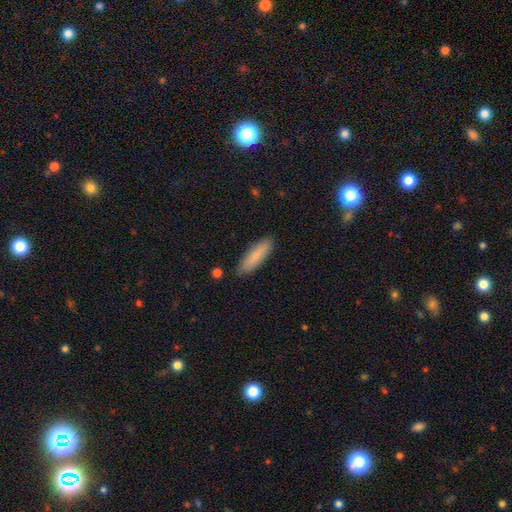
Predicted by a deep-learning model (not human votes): Smooth or featured: smooth — 79% (featured or disk — 15%)
How rounded: cigar-shaped — 60% (in between — 38%)
Merging: none — 87% (minor disturbance — 10%)